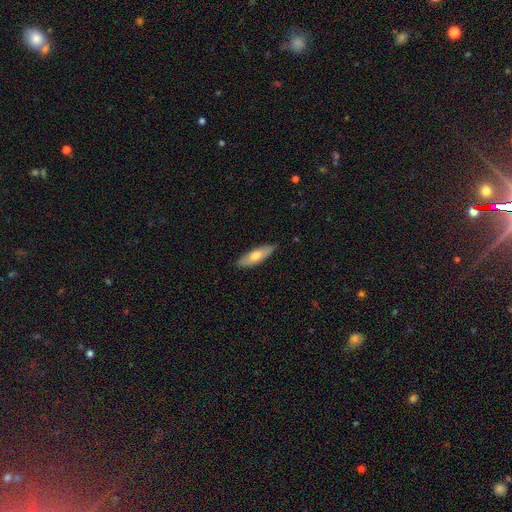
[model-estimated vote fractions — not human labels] Smooth or featured: smooth — 67% (featured or disk — 28%)
How rounded: in between — 50% (cigar-shaped — 48%)
Merging: none — 86% (minor disturbance — 11%)